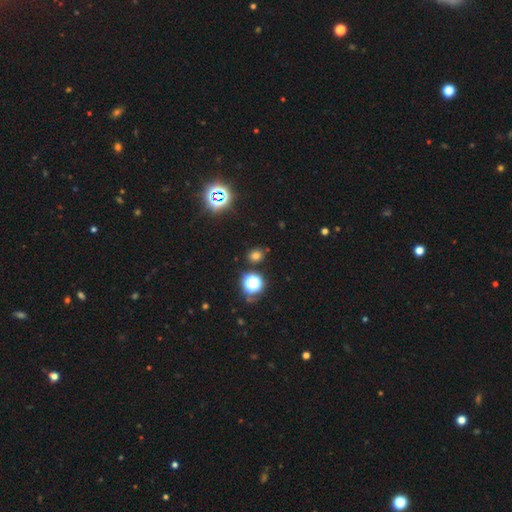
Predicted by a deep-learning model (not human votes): Smooth or featured? Predicted: smooth (p=0.67). How rounded? Predicted: round (p=0.75). Merging? Predicted: none (p=0.85).